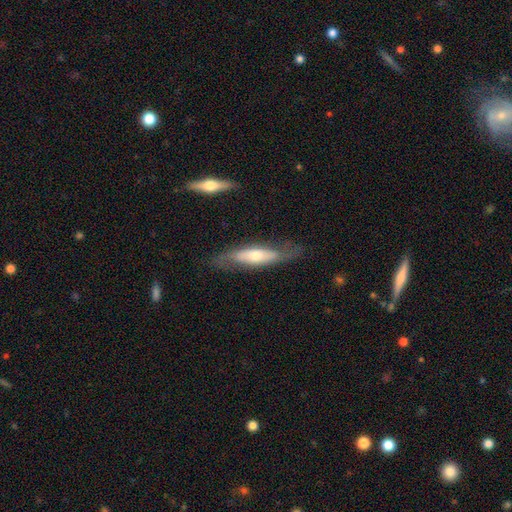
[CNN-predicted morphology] smooth_or_featured: featured or disk (p=0.52) [alt: smooth p=0.42]
disk_edge_on: yes (p=0.54) [alt: no p=0.46]
merging: none (p=0.71) [alt: minor disturbance p=0.19]